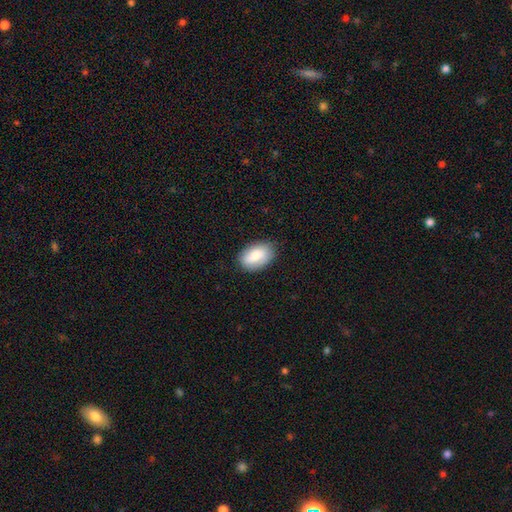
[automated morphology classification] Smooth or featured?
  - smooth: 76% *
  - featured or disk: 17%
  - star or artifact: 7%
How rounded?
  - in between: 90% *
  - round: 8%
  - cigar-shaped: 1%
Merging?
  - none: 81% *
  - minor disturbance: 15%
  - major disturbance: 3%
  - merger: 1%